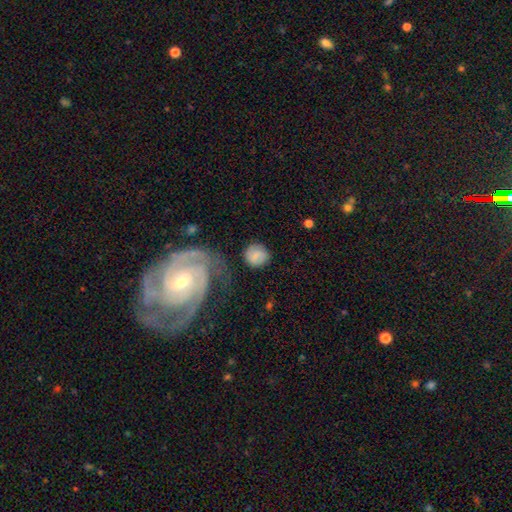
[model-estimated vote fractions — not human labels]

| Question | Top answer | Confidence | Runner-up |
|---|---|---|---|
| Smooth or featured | smooth | 65% | featured or disk (26%) |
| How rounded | round | 86% | in between (13%) |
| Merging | none | 72% | minor disturbance (14%) |